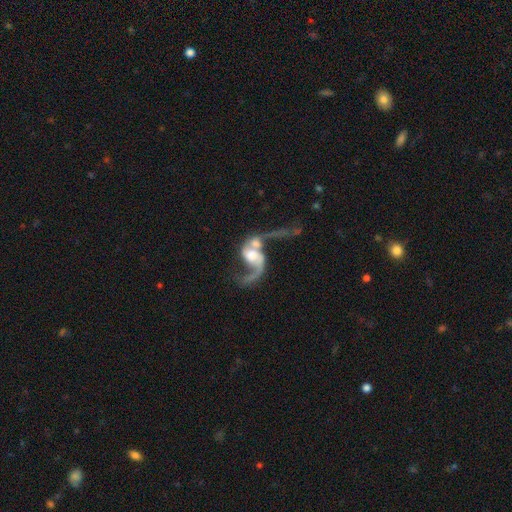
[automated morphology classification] Smooth or featured? featured or disk (81%)
Edge-on disk? no (97%)
Bar? no (54%)
Spiral arms? yes (91%)
Spiral winding? loose (78%)
Spiral arm count? 2 (71%)
Bulge size? moderate (38%)
Merging? merger (53%)